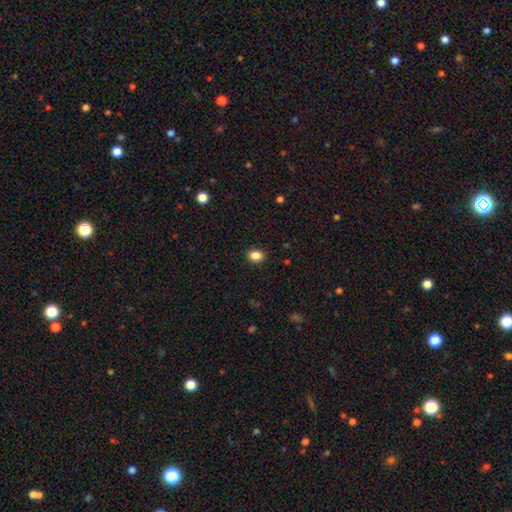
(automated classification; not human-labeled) This appears to be a smooth galaxy with no disk features (87%) that is in between round and cigar-shaped (57%). Merging: none (90%).